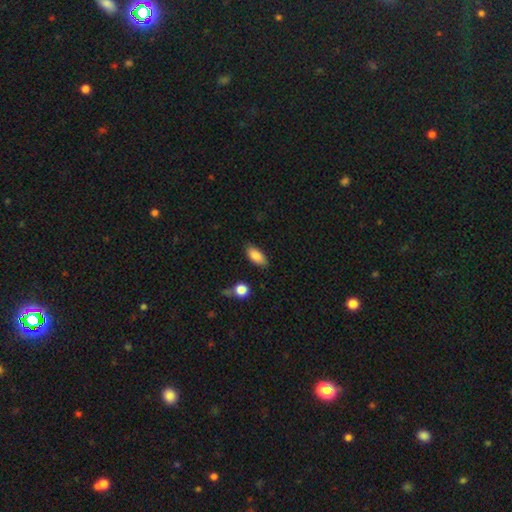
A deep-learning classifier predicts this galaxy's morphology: Smooth or featured? Predicted: smooth (p=0.85). How rounded? Predicted: in between (p=0.88). Merging? Predicted: none (p=0.80).